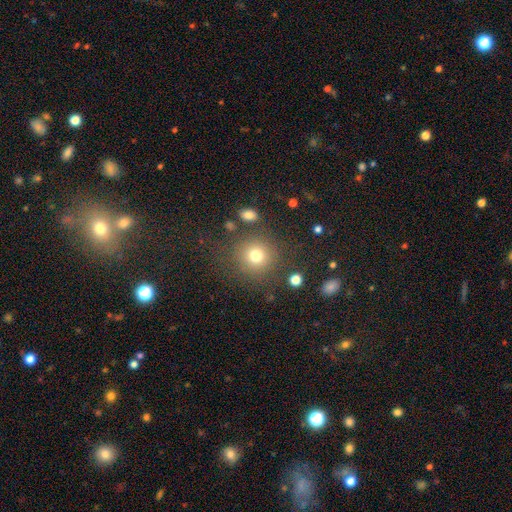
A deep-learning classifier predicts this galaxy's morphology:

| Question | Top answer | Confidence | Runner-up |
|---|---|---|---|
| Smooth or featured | smooth | 76% | star or artifact (15%) |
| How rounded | round | 92% | in between (7%) |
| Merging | none | 81% | minor disturbance (9%) |